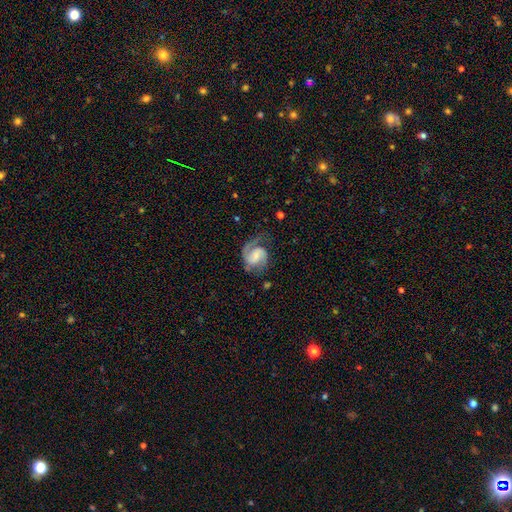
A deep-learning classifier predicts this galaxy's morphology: Smooth or featured?
  - featured or disk: 86% *
  - smooth: 9%
  - star or artifact: 5%
Edge-on disk?
  - no: 98% *
  - yes: 2%
Bar?
  - weak: 46% *
  - no: 37%
  - strong: 17%
Spiral arms?
  - yes: 97% *
  - no: 3%
Spiral winding?
  - medium: 52% *
  - tight: 30%
  - loose: 18%
Spiral arm count?
  - 2: 82% *
  - 1: 12%
  - can't tell: 3%
  - 3: 1%
  - 4: 1%
  - more than 4: 1%
Bulge size?
  - small: 40% *
  - none: 26%
  - moderate: 26%
  - large: 7%
  - dominant: 2%
Merging?
  - none: 65% *
  - minor disturbance: 20%
  - major disturbance: 13%
  - merger: 2%